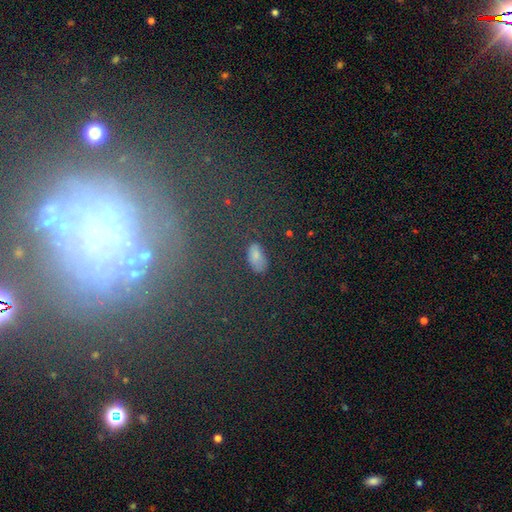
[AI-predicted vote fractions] Smooth or featured: smooth — 60% (star or artifact — 28%)
How rounded: in between — 89% (round — 6%)
Merging: none — 74% (minor disturbance — 16%)